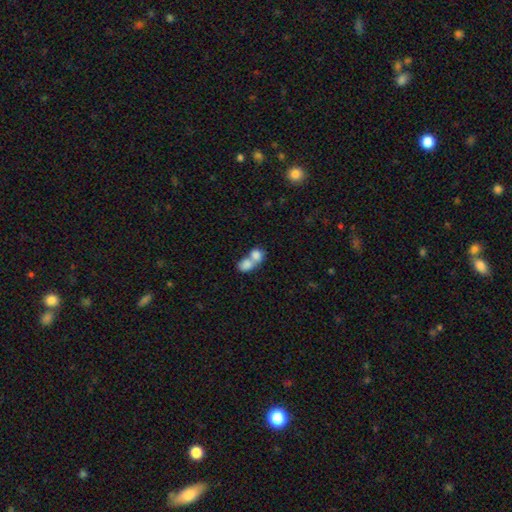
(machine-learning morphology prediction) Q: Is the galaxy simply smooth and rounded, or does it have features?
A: smooth — 80%.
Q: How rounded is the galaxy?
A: round — 49%, tied with in between.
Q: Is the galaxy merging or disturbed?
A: merger — 74%.